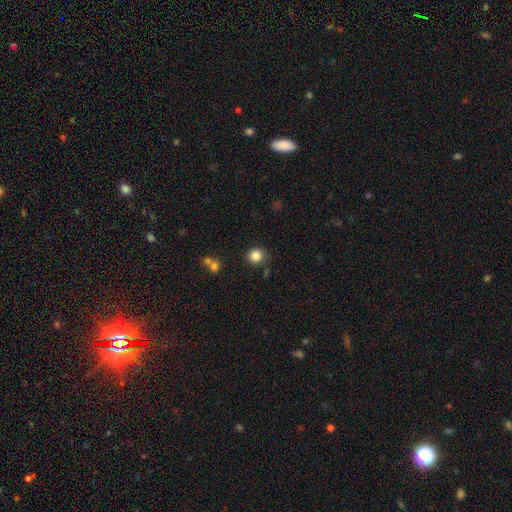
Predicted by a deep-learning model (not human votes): Smooth or featured: smooth — 85% (star or artifact — 11%)
How rounded: round — 89% (in between — 11%)
Merging: none — 85% (minor disturbance — 9%)